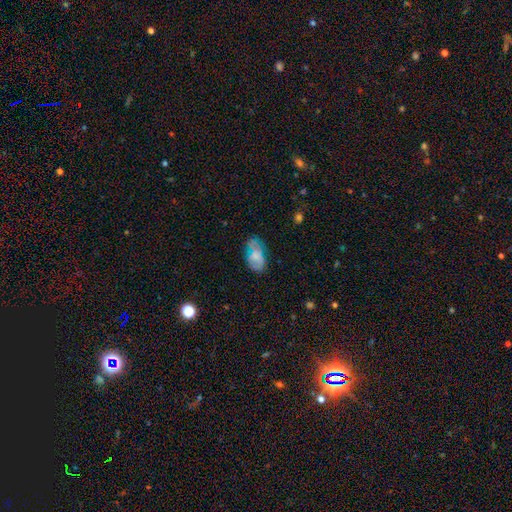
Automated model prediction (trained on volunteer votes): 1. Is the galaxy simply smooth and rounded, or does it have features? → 61% smooth, 29% featured or disk, 10% star or artifact.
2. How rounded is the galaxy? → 93% in between, 5% round, 2% cigar-shaped.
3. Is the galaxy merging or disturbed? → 57% none, 28% minor disturbance, 12% major disturbance, 3% merger.